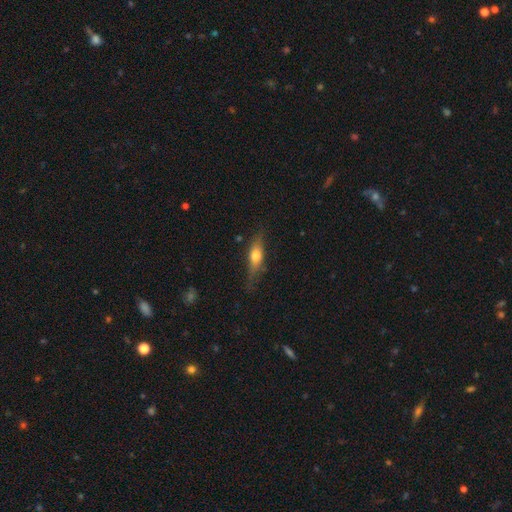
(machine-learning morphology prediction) Q: Smooth or featured?
A: smooth (58%); runner-up: featured or disk (35%)
Q: How rounded?
A: in between (49%); runner-up: cigar-shaped (46%)
Q: Merging?
A: none (68%); runner-up: minor disturbance (23%)